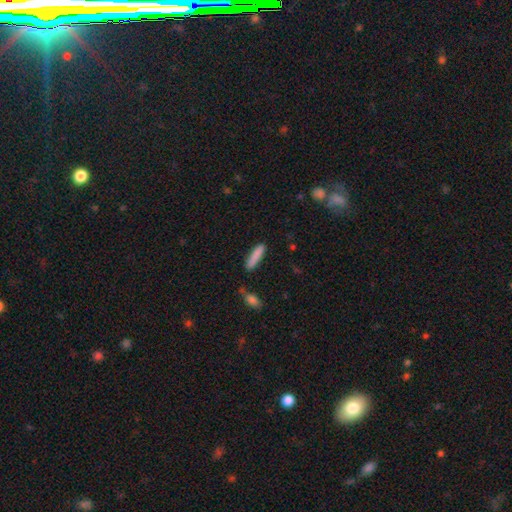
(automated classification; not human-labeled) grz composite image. It shows a smooth galaxy with no disk features (85%) that is cigar-shaped (84%). Merging: none (82%).